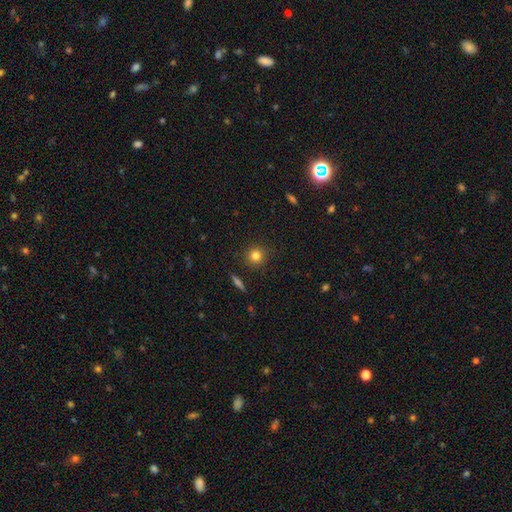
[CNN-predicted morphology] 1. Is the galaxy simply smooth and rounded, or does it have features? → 81% smooth, 12% star or artifact, 7% featured or disk.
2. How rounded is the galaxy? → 92% round, 7% in between, 1% cigar-shaped.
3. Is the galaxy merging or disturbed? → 90% none, 6% minor disturbance, 2% major disturbance, 1% merger.